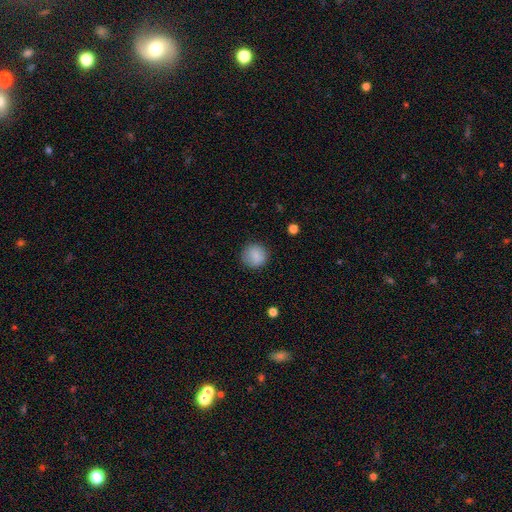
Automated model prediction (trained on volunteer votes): smooth_or_featured: smooth (p=0.86) [alt: star or artifact p=0.08]
how_rounded: round (p=0.90) [alt: in between p=0.09]
merging: none (p=0.86) [alt: minor disturbance p=0.10]